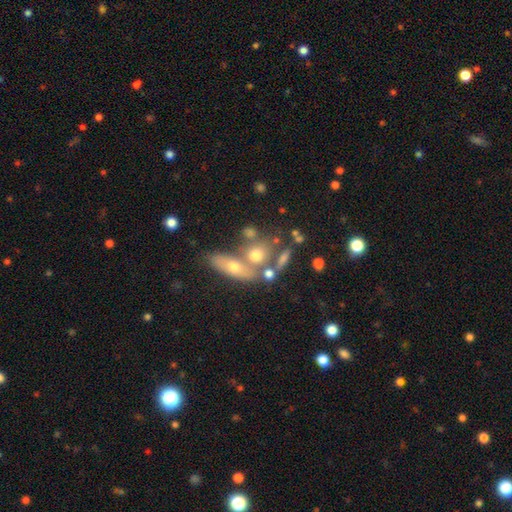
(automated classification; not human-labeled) A smooth galaxy with no disk features (53%) that is in between round and cigar-shaped (40%). Merging: none (44%).